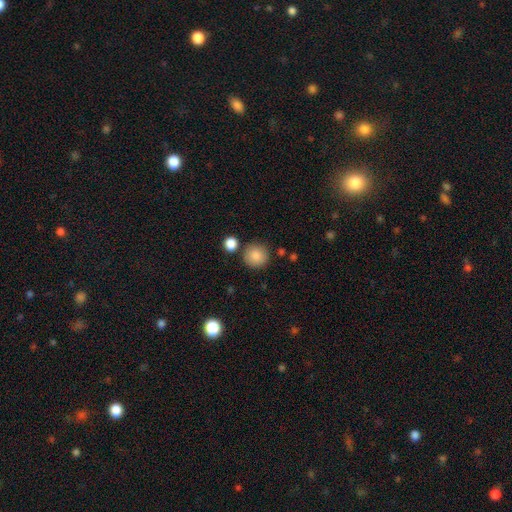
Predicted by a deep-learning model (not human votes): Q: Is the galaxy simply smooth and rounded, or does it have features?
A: smooth — 86%.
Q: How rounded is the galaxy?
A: round — 93%.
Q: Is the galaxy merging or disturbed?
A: none — 84%.